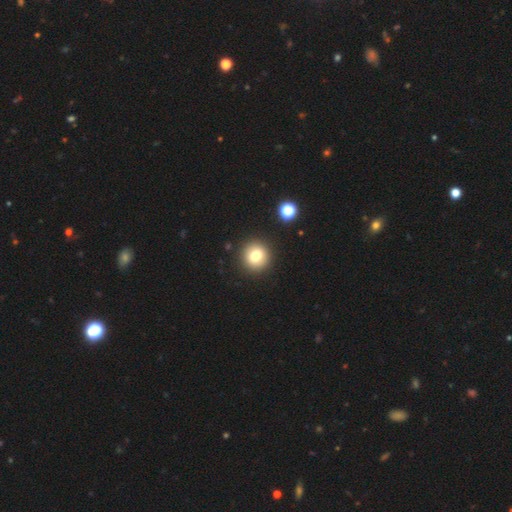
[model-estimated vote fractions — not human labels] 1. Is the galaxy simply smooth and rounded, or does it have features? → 76% smooth, 12% featured or disk, 12% star or artifact.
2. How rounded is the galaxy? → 92% round, 7% in between, 1% cigar-shaped.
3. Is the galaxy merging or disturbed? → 91% none, 5% minor disturbance, 2% major disturbance, 2% merger.